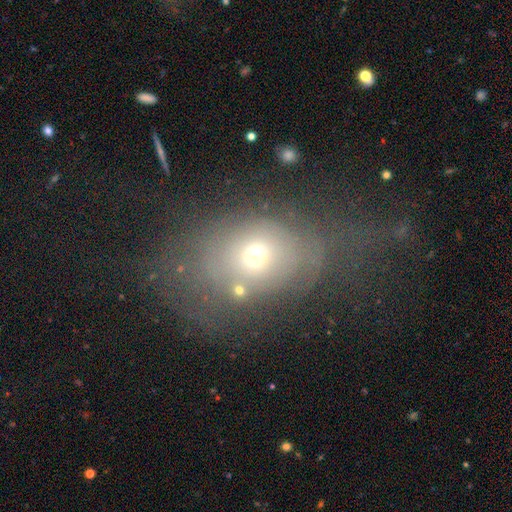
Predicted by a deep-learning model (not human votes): The model was most divided on "merging": none: 36%, major disturbance: 35%, minor disturbance: 22%, merger: 7%. More confident: how rounded — in between (58%); smooth or featured — smooth (57%).